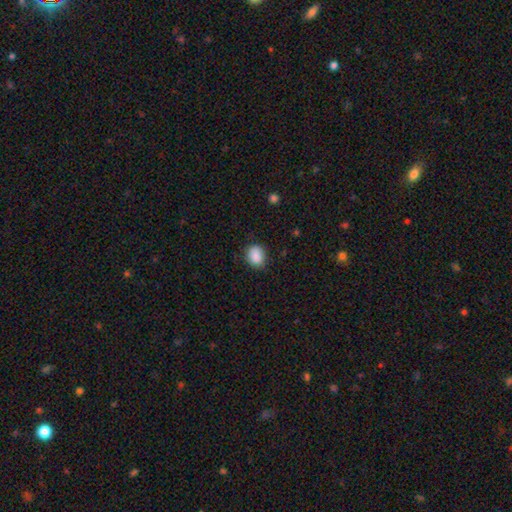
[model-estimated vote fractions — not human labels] The model was most divided on "how rounded": in between: 51%, round: 48%, cigar-shaped: 1%. More confident: smooth or featured — smooth (88%); merging — none (80%).